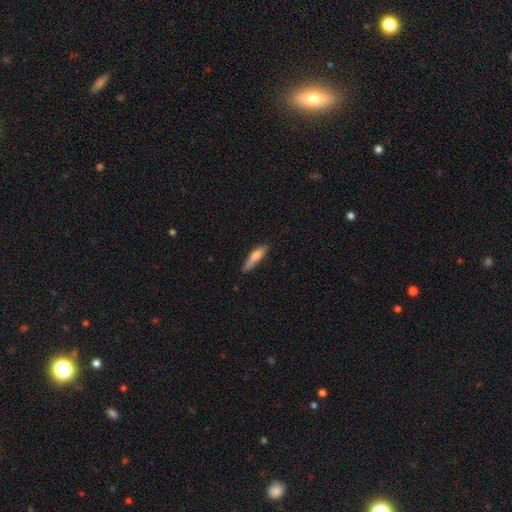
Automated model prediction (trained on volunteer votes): Q: Smooth or featured?
A: smooth (71%); runner-up: featured or disk (23%)
Q: How rounded?
A: cigar-shaped (76%); runner-up: in between (22%)
Q: Merging?
A: none (70%); runner-up: minor disturbance (24%)